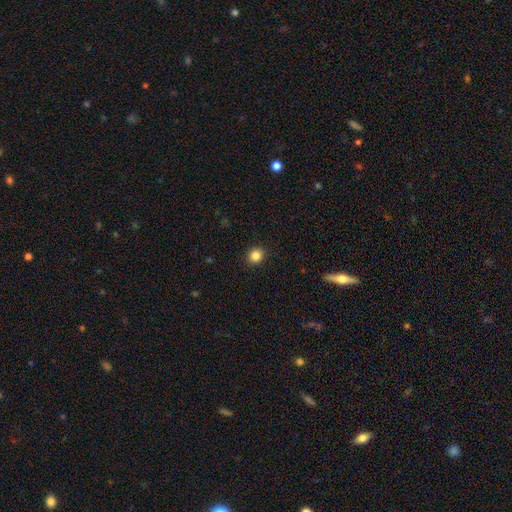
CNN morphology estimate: A smooth galaxy with no disk features (85%) that is round (86%).

Vote fractions:
- Smooth or featured? smooth: 85% / star or artifact: 11% / featured or disk: 4%
- How rounded? round: 86% / in between: 13% / cigar-shaped: 1%
- Merging? none: 92% / minor disturbance: 5% / major disturbance: 2% / merger: 1%